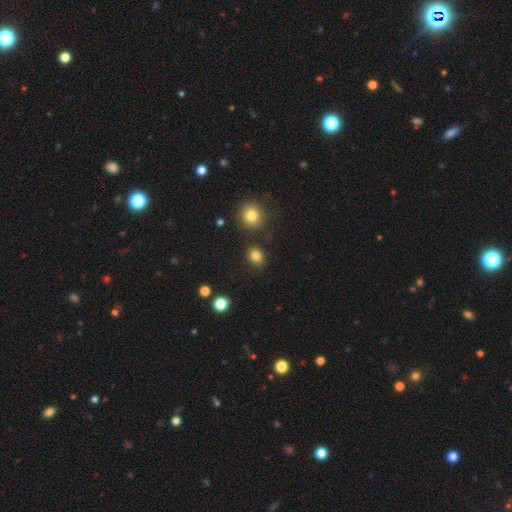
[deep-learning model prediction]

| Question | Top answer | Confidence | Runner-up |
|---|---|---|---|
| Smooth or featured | smooth | 83% | star or artifact (12%) |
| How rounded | round | 64% | in between (35%) |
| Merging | none | 85% | minor disturbance (9%) |